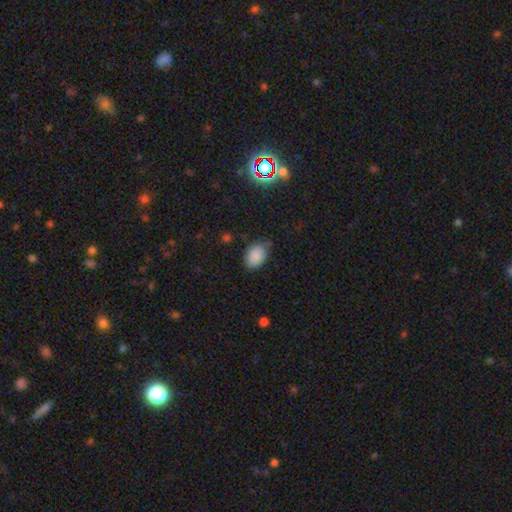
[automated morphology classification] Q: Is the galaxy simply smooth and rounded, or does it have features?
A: smooth — 88%.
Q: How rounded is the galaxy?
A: in between — 80%.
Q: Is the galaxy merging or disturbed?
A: none — 73%.